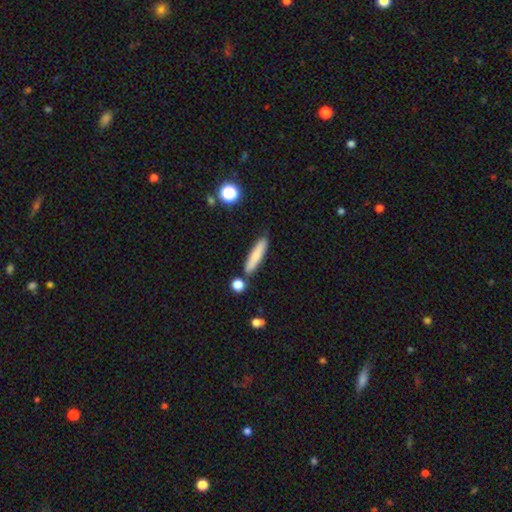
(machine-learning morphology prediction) Smooth or featured: smooth — 76% (featured or disk — 17%)
How rounded: cigar-shaped — 85% (in between — 13%)
Merging: none — 80% (minor disturbance — 12%)